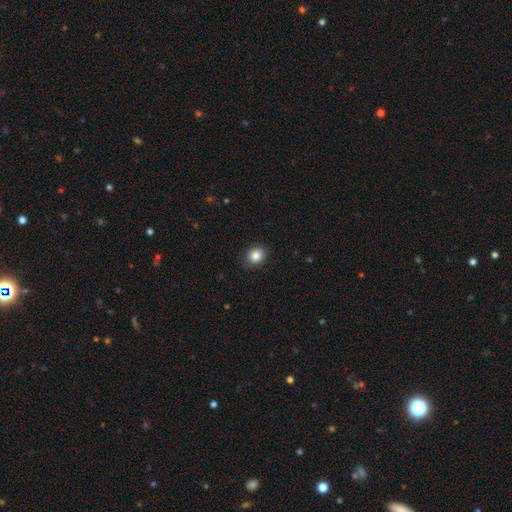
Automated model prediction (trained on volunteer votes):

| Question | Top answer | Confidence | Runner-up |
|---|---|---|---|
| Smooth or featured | smooth | 85% | star or artifact (10%) |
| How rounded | round | 75% | in between (24%) |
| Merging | none | 87% | minor disturbance (9%) |